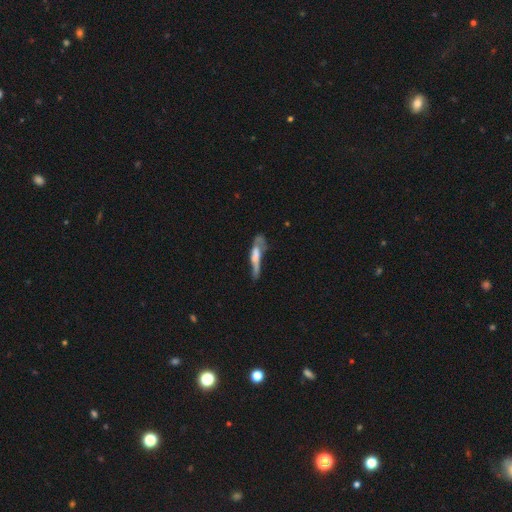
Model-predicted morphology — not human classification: Overall: smooth (46%; featured or disk 45%). Merging: major disturbance (35%; none 29%).